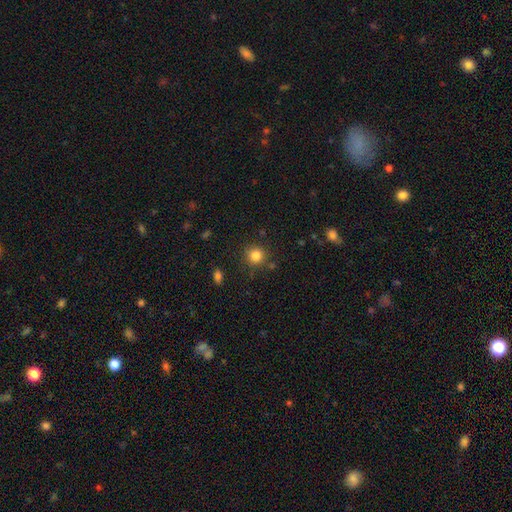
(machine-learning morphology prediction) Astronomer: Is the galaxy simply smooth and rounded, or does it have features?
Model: smooth — 82%.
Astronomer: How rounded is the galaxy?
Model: round — 91%.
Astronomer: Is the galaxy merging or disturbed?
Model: none — 84%.